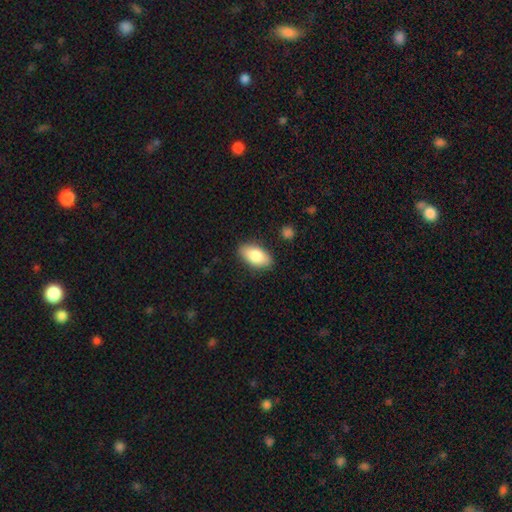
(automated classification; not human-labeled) Overall: smooth (83%). How rounded: in between (92%). Merging: none (86%).